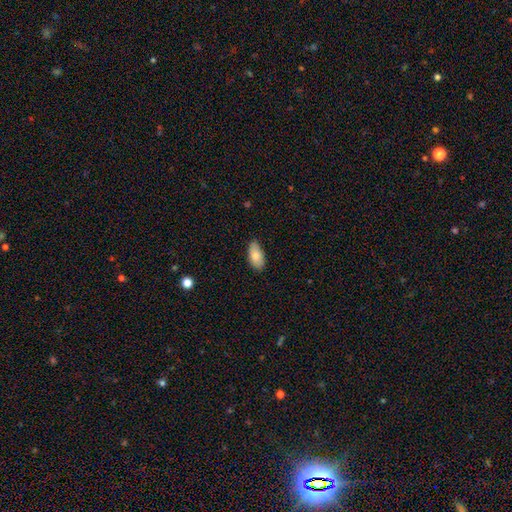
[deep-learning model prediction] Q: Smooth or featured?
A: smooth (82%); runner-up: featured or disk (12%)
Q: How rounded?
A: in between (93%); runner-up: cigar-shaped (4%)
Q: Merging?
A: none (80%); runner-up: minor disturbance (17%)